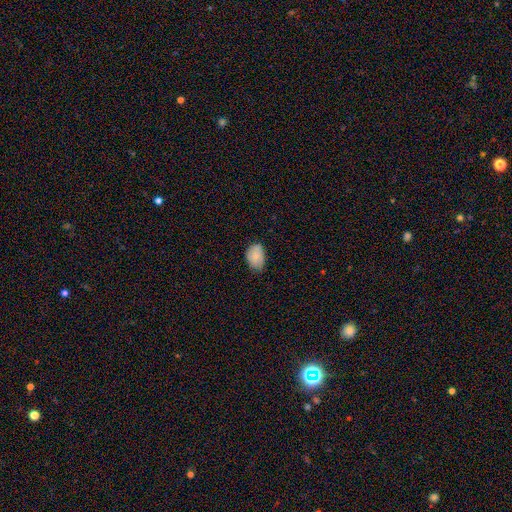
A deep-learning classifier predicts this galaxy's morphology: This appears to be a smooth galaxy with no disk features (85%) that is in between round and cigar-shaped (84%). Merging: none (64%).